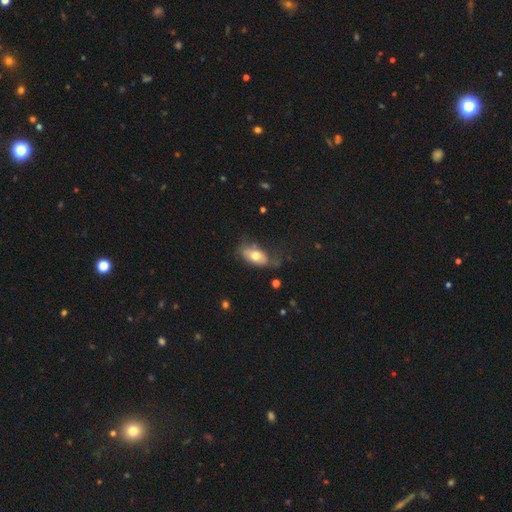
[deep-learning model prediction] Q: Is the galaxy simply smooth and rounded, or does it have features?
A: smooth — 65%.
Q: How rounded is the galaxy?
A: in between — 90%.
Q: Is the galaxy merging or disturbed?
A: none — 48%.